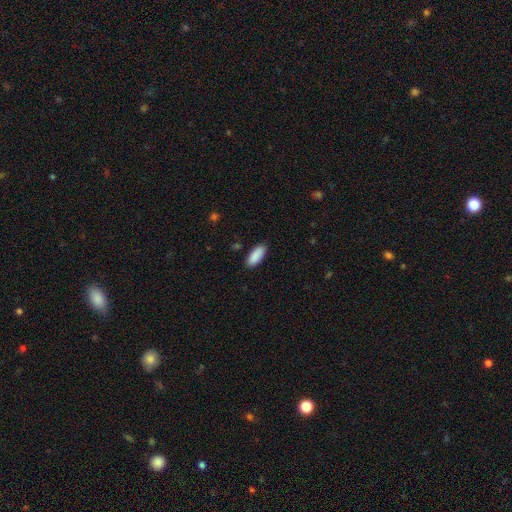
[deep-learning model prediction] Morphology: type=smooth (90%); roundness=in between (77%); merging=none (88%).